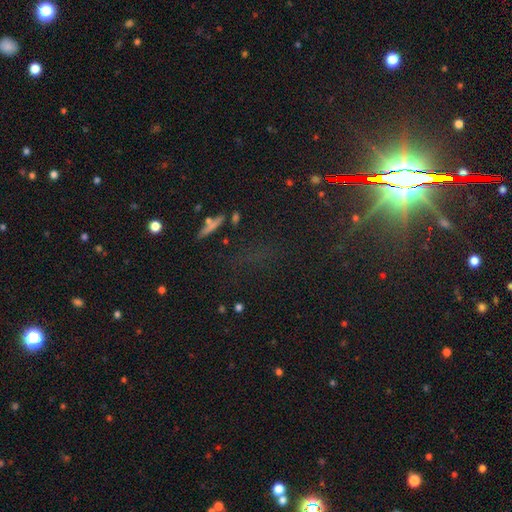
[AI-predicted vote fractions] Smooth or featured: star or artifact — 73% (featured or disk — 15%)